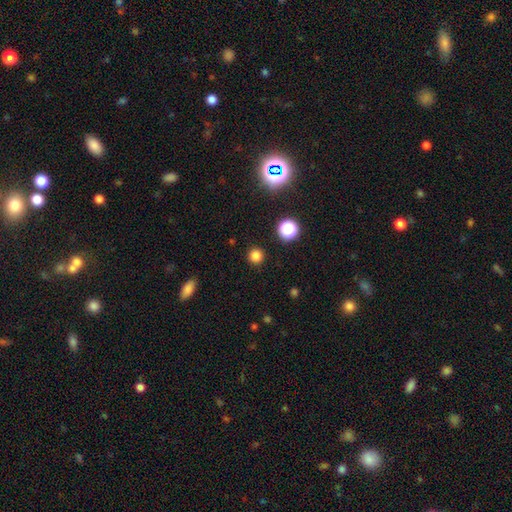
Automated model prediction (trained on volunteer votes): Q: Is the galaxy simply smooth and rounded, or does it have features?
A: smooth — 81%.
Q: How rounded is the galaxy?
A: round — 94%.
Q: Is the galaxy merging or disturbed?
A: none — 91%.